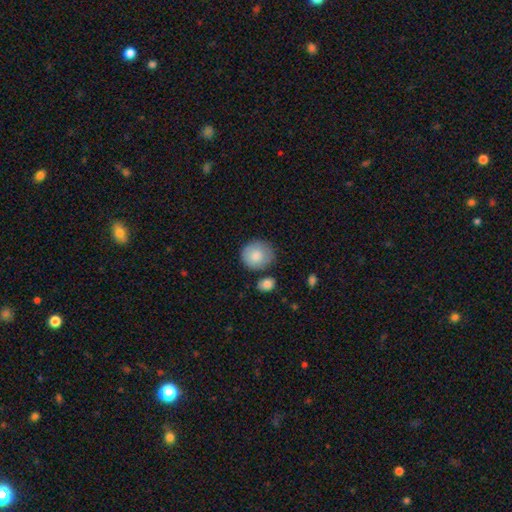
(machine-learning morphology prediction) smooth_or_featured: smooth (p=0.84) [alt: featured or disk p=0.09]
how_rounded: round (p=0.83) [alt: in between p=0.16]
merging: none (p=0.70) [alt: minor disturbance p=0.19]